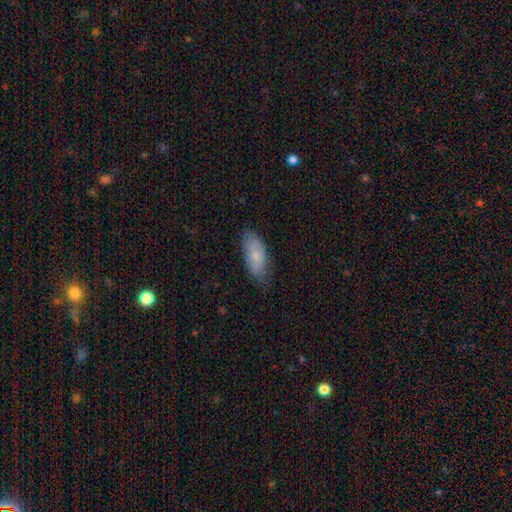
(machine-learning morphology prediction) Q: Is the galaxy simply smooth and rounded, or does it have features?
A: smooth — 75%.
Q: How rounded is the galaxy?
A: in between — 86%.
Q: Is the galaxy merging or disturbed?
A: none — 72%.